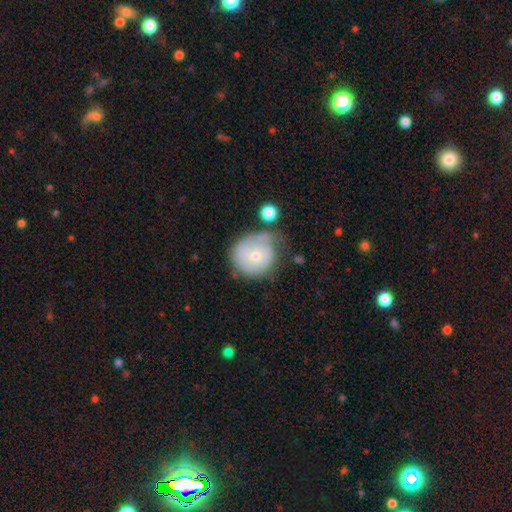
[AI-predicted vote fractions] Smooth or featured? smooth (50%)
How rounded? round (81%)
Merging? none (43%)